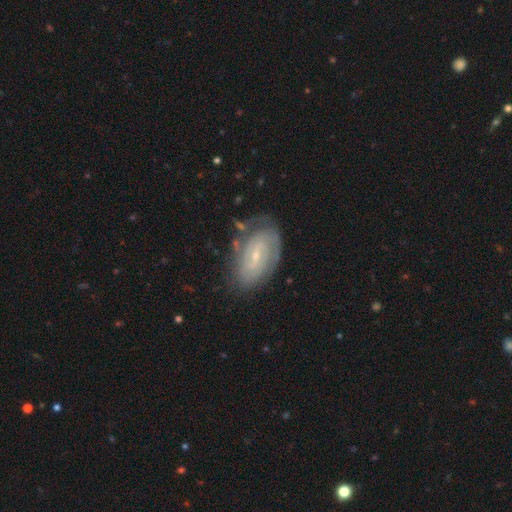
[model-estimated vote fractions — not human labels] Smooth or featured?
  - featured or disk: 77% *
  - smooth: 16%
  - star or artifact: 7%
Edge-on disk?
  - no: 95% *
  - yes: 5%
Bar?
  - weak: 52% *
  - no: 32%
  - strong: 17%
Spiral arms?
  - yes: 89% *
  - no: 11%
Spiral winding?
  - tight: 60% *
  - medium: 31%
  - loose: 9%
Spiral arm count?
  - 2: 44% *
  - can't tell: 35%
  - 3: 9%
  - 1: 4%
  - 4: 4%
  - more than 4: 3%
Bulge size?
  - small: 75% *
  - moderate: 20%
  - none: 3%
  - large: 1%
  - dominant: 1%
Merging?
  - none: 69% *
  - minor disturbance: 21%
  - major disturbance: 7%
  - merger: 3%